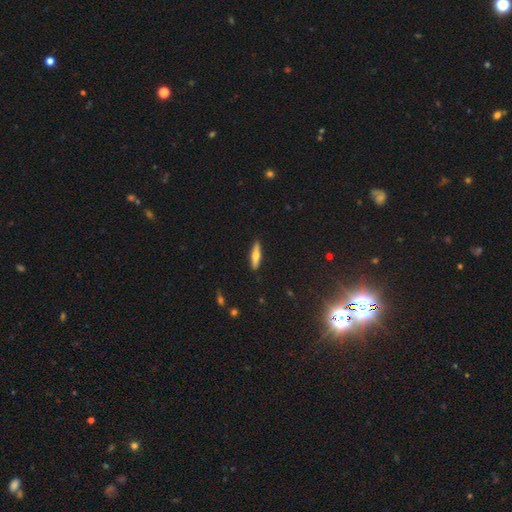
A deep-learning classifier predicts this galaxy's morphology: Smooth or featured? smooth (53%)
How rounded? cigar-shaped (75%)
Merging? none (90%)